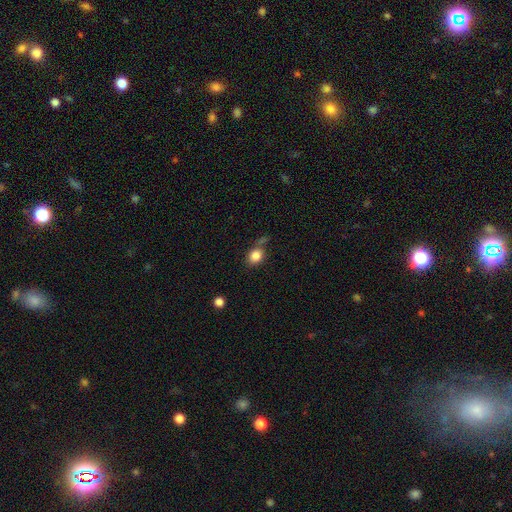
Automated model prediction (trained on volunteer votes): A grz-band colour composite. It shows a smooth galaxy with no disk features (84%) that is in between round and cigar-shaped (50%). Merging: none (61%).